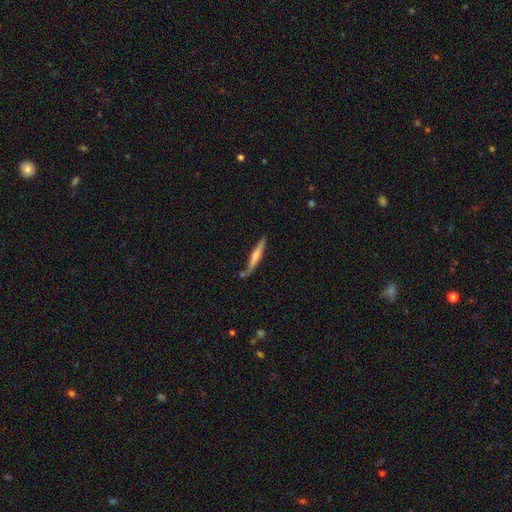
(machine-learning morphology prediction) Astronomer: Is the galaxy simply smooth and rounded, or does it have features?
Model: smooth — 59% (runner-up: featured or disk, 35%).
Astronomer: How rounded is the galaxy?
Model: cigar-shaped — 92%.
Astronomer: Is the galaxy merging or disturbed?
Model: none — 66%.